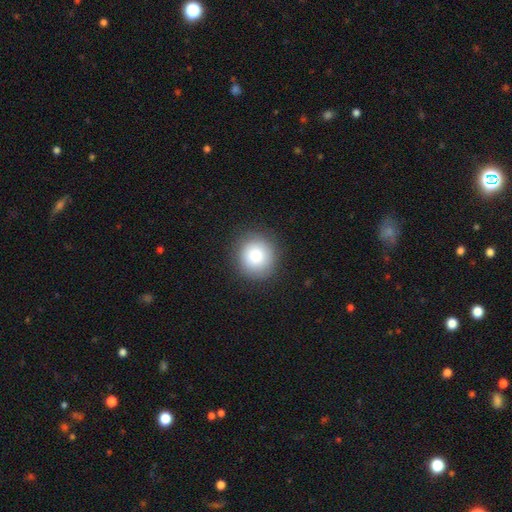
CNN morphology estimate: smooth 85%, star or artifact 8%, featured or disk 7%. Down the decision tree: how rounded — round (91%); merging — none (89%).